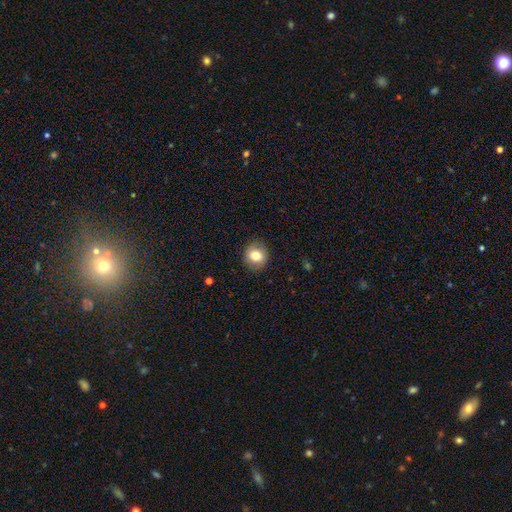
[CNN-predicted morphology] This is likely a smooth galaxy (77%). How rounded: clearly round (82%). Merging: clearly none (87%).